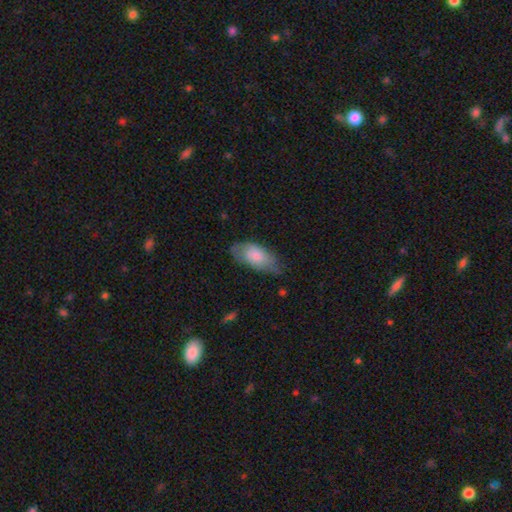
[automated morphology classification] type=smooth (71%); roundness=in between (91%); merging=none (56%).